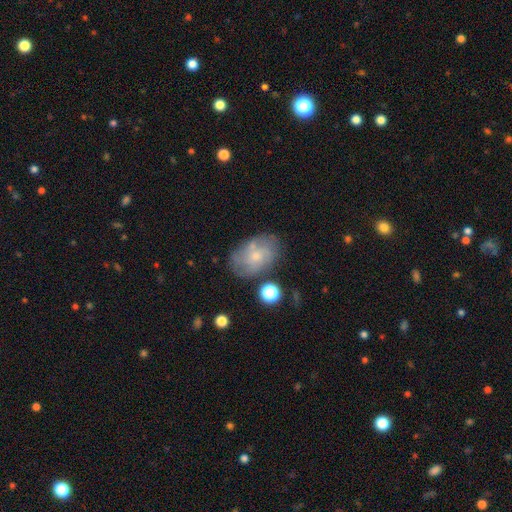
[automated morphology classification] Q: Smooth or featured?
A: featured or disk (56%); runner-up: smooth (35%)
Q: Edge-on disk?
A: no (96%); runner-up: yes (4%)
Q: Bar?
A: no (78%); runner-up: weak (19%)
Q: Spiral arms?
A: yes (73%); runner-up: no (27%)
Q: Bulge size?
A: small (68%); runner-up: moderate (23%)
Q: Merging?
A: none (65%); runner-up: minor disturbance (21%)